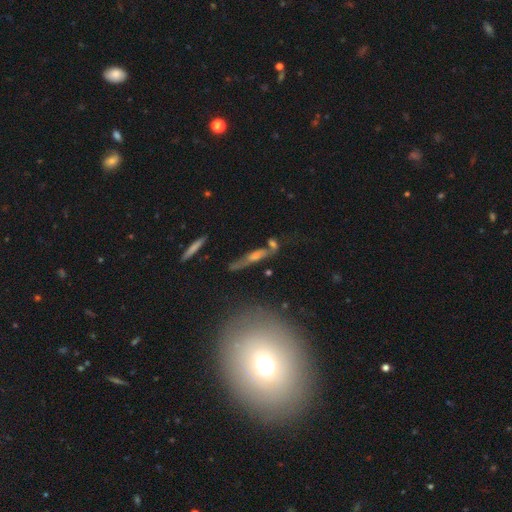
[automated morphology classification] Smooth or featured?
  - featured or disk: 58% *
  - smooth: 28%
  - star or artifact: 13%
Edge-on disk?
  - yes: 68% *
  - no: 32%
Merging?
  - none: 59% *
  - minor disturbance: 17%
  - merger: 13%
  - major disturbance: 11%